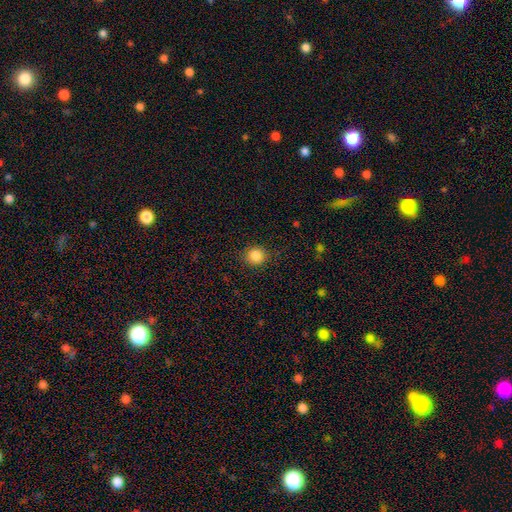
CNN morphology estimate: Q: Smooth or featured?
A: smooth (86%); runner-up: star or artifact (10%)
Q: How rounded?
A: round (88%); runner-up: in between (11%)
Q: Merging?
A: none (88%); runner-up: minor disturbance (8%)